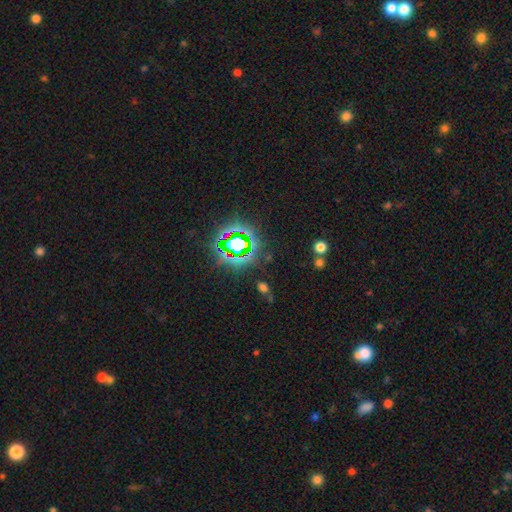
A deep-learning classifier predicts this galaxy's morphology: A star or artifact, not a galaxy (81%).

Vote fractions:
- Smooth or featured? star or artifact: 81% / smooth: 12% / featured or disk: 7%